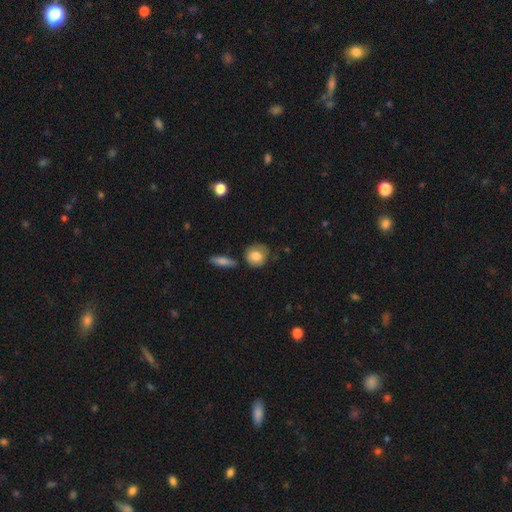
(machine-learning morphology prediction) smooth 80%, featured or disk 13%, star or artifact 7%. Down the decision tree: how rounded — round (80%); merging — none (68%).